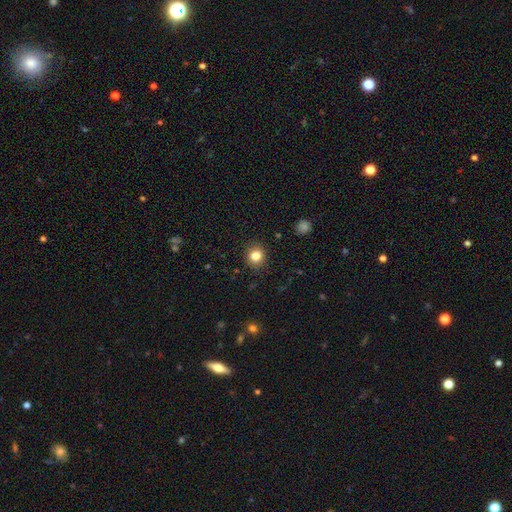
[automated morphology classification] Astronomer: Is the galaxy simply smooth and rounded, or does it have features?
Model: smooth — 82%.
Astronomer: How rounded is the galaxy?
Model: round — 82%.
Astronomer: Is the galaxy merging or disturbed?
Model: none — 89%.